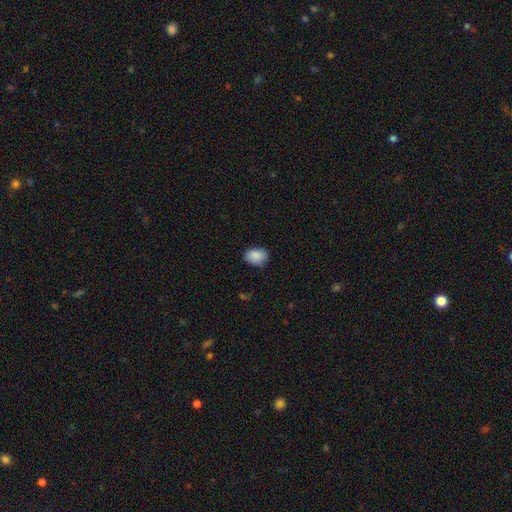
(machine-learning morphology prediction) This appears to be a smooth galaxy with no disk features (88%) that is in between round and cigar-shaped (74%). Merging: none (72%).